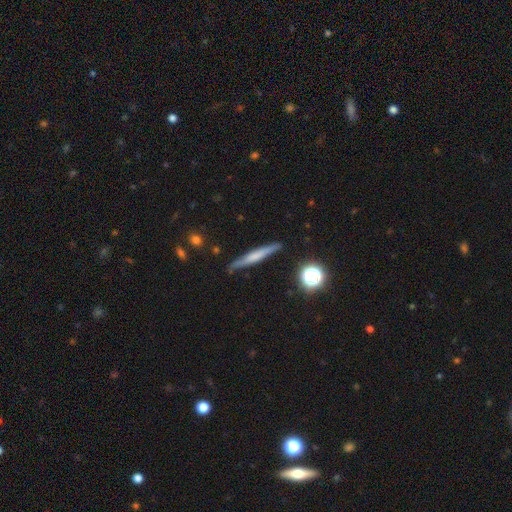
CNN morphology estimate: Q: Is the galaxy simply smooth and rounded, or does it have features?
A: featured or disk — 46%.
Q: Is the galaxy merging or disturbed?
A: none — 85%.